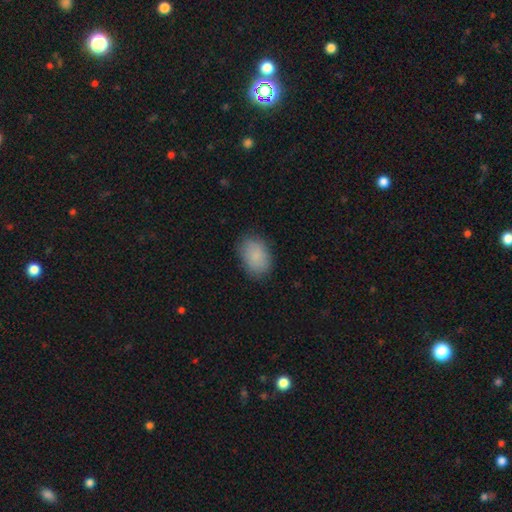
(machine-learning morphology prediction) A smooth galaxy with no disk features (86%) that is in between round and cigar-shaped (83%).

Vote fractions:
- Smooth or featured? smooth: 86% / star or artifact: 7% / featured or disk: 6%
- How rounded? in between: 83% / round: 16% / cigar-shaped: 1%
- Merging? none: 81% / minor disturbance: 14% / major disturbance: 4% / merger: 1%